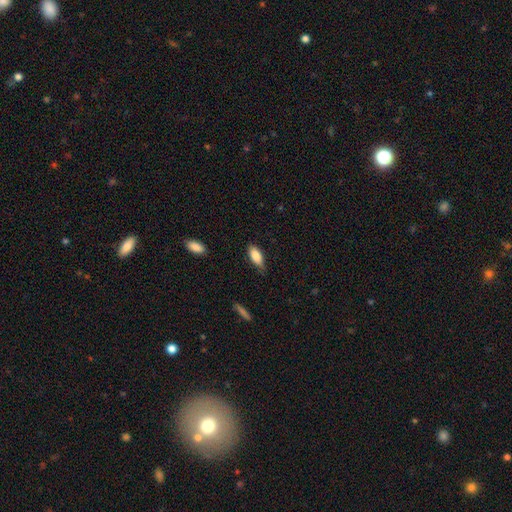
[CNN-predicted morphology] Q: Smooth or featured?
A: smooth (83%); runner-up: featured or disk (10%)
Q: How rounded?
A: in between (82%); runner-up: cigar-shaped (16%)
Q: Merging?
A: none (69%); runner-up: minor disturbance (26%)